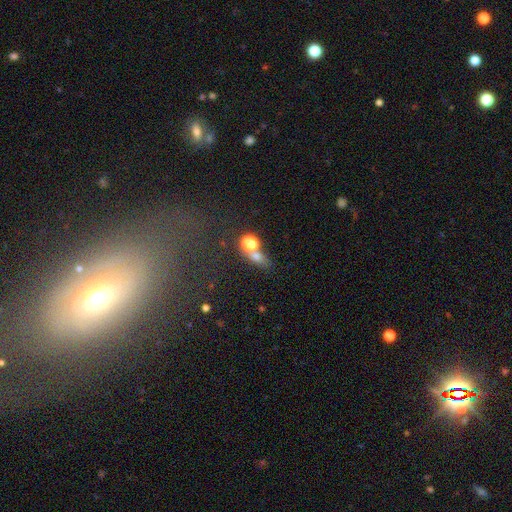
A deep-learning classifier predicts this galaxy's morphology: This appears to be a smooth galaxy with no disk features (66%) that is in between round and cigar-shaped (52%). Merging: none (42%).